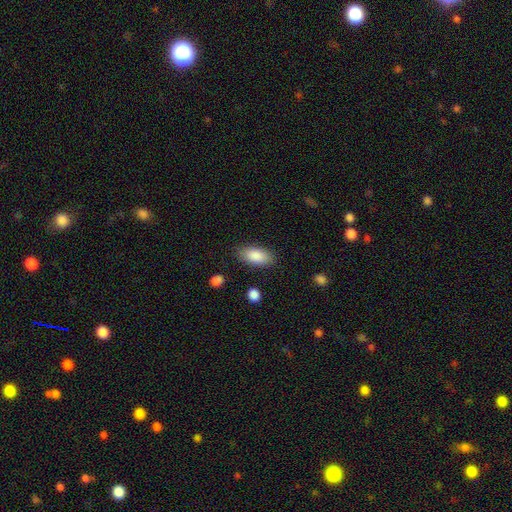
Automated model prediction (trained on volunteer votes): The model was most divided on "merging": none: 85%, minor disturbance: 11%, major disturbance: 3%, merger: 2%. More confident: how rounded — in between (90%); smooth or featured — smooth (88%).